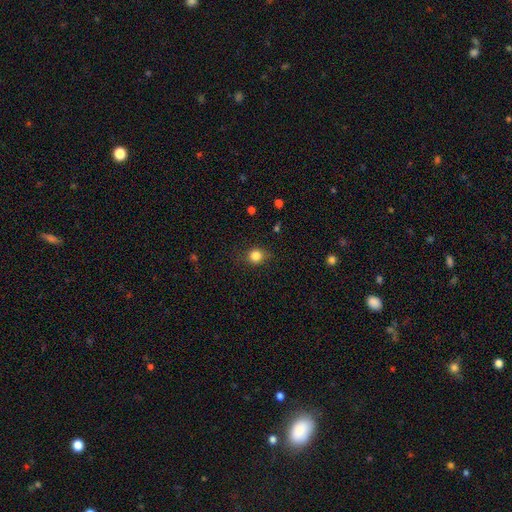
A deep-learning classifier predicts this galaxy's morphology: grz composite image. It shows a smooth galaxy with no disk features (83%) that is round (84%). Merging: none (82%).